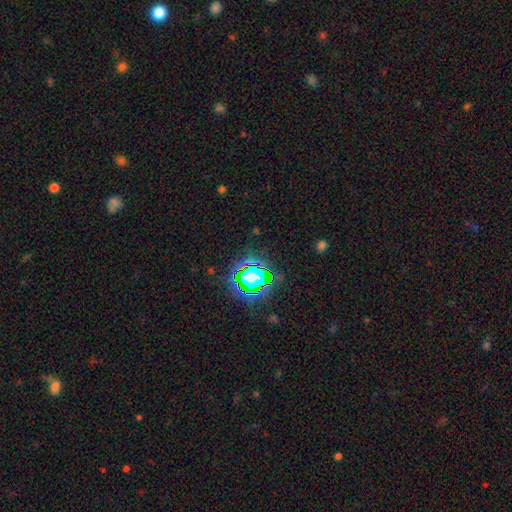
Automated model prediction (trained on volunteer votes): star or artifact 80%, smooth 13%, featured or disk 7%.